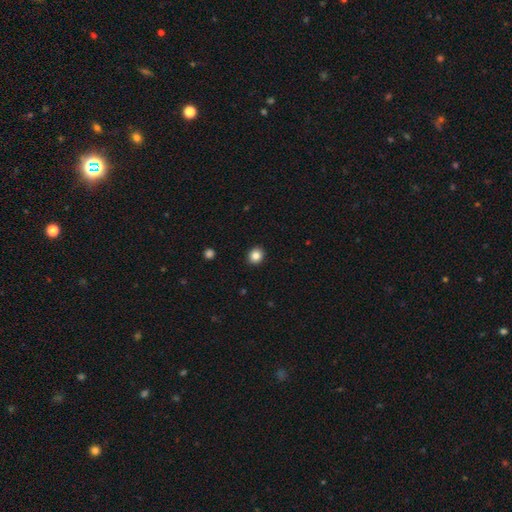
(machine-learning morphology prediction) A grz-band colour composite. It shows a smooth galaxy with no disk features (84%) that is round (79%). Merging: none (92%).